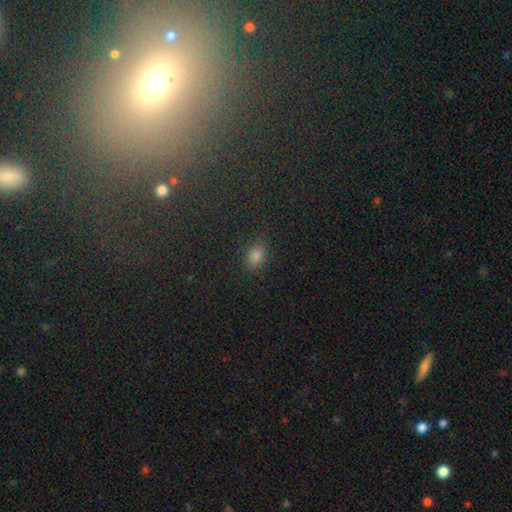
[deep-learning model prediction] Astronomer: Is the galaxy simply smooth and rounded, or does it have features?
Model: smooth — 76%.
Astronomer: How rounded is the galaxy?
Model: in between — 67%.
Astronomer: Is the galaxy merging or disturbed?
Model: none — 85%.